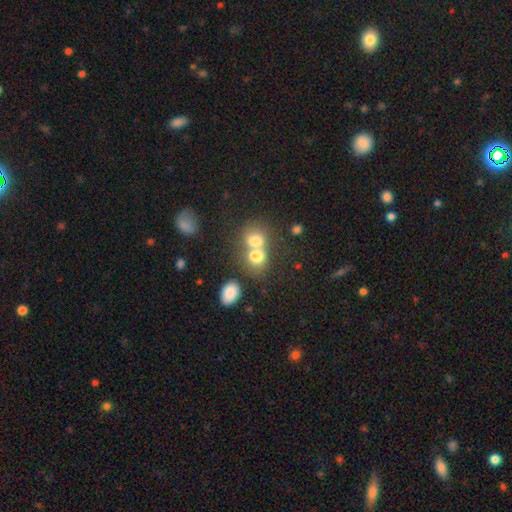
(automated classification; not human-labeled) smooth_or_featured: smooth (p=0.74) [alt: featured or disk p=0.15]
how_rounded: round (p=0.60) [alt: in between p=0.39]
merging: merger (p=0.62) [alt: none p=0.26]